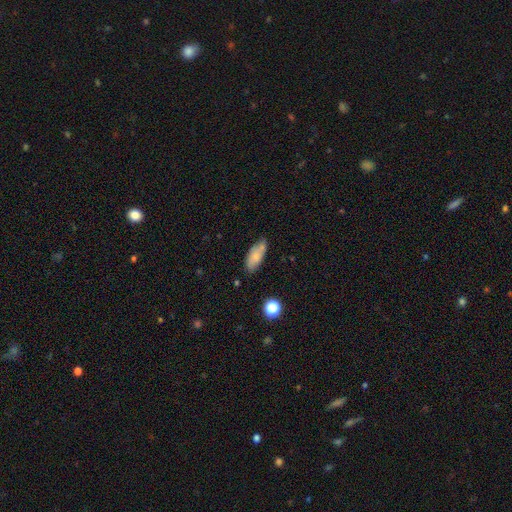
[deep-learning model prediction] Smooth or featured? smooth (74%)
How rounded? in between (82%)
Merging? none (65%)